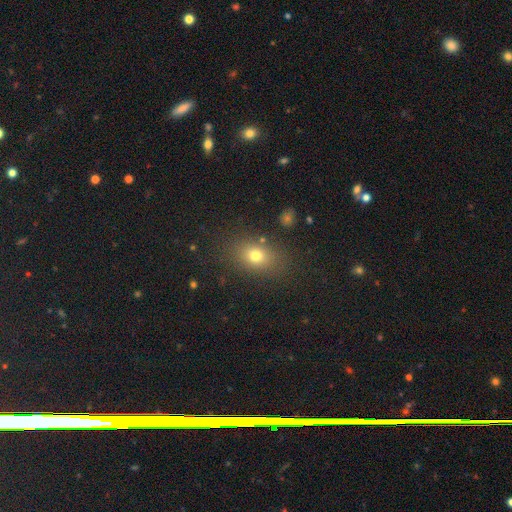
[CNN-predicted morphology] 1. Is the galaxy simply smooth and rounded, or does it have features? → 75% smooth, 14% star or artifact, 11% featured or disk.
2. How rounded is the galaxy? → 68% in between, 30% round, 2% cigar-shaped.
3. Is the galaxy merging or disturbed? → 81% none, 11% minor disturbance, 5% major disturbance, 3% merger.